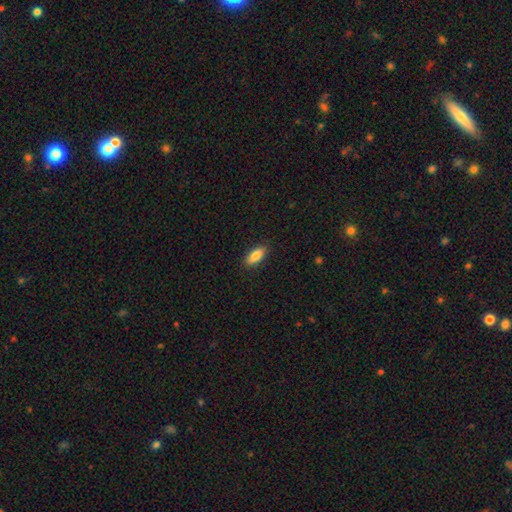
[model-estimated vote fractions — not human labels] A smooth galaxy with no disk features (84%) that is in between round and cigar-shaped (79%). Merging: none (88%).